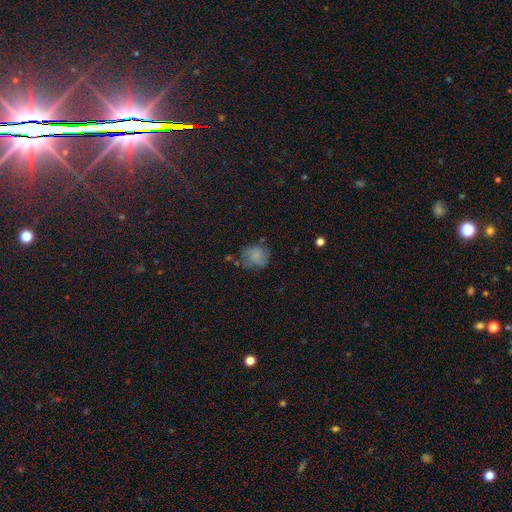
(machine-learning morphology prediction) smooth_or_featured: smooth (p=0.64) [alt: featured or disk p=0.24]
how_rounded: round (p=0.69) [alt: in between p=0.30]
merging: none (p=0.54) [alt: minor disturbance p=0.27]